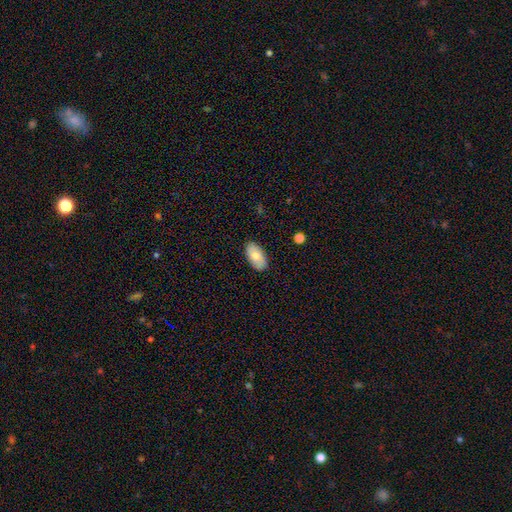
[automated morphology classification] A smooth galaxy with no disk features (77%) that is in between round and cigar-shaped (95%). Merging: none (87%).